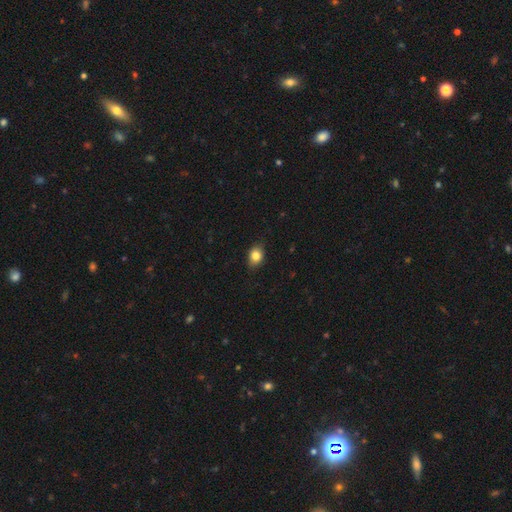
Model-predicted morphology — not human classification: Smooth or featured? smooth (81%)
How rounded? in between (59%)
Merging? none (80%)